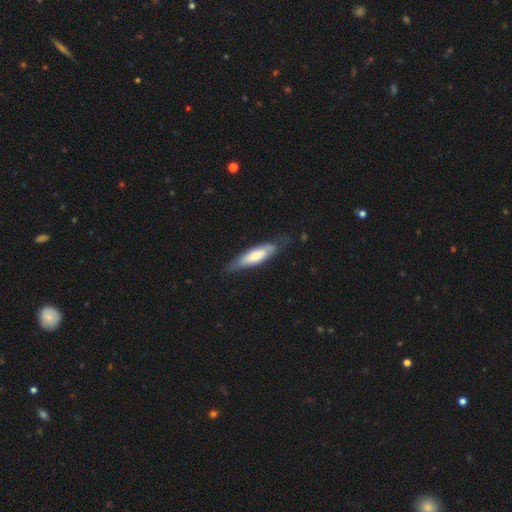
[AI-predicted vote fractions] A smooth galaxy with no disk features (60%) that is cigar-shaped (61%). Merging: none (64%).